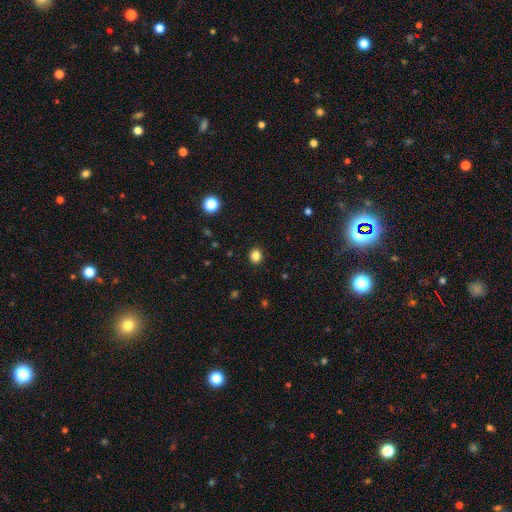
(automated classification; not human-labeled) Overall: smooth (84%). How rounded: round (68%; in between 31%). Merging: none (91%).